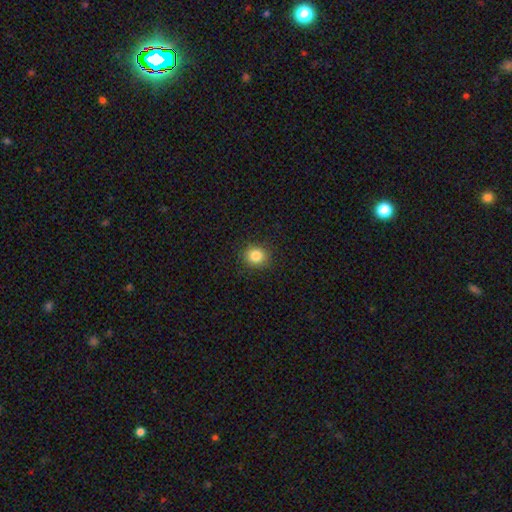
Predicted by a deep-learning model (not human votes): smooth-or-featured: smooth: 84% | star or artifact: 11% | featured or disk: 5%
  how-rounded: round: 81% | in between: 18% | cigar-shaped: 1%
  merging: none: 89% | minor disturbance: 8% | major disturbance: 2% | merger: 1%